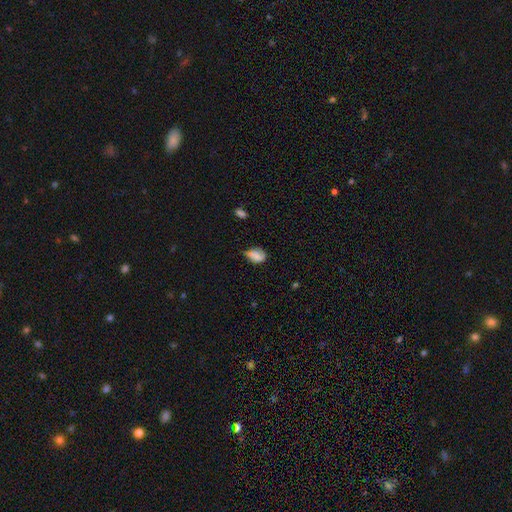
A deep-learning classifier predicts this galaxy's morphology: Q: Smooth or featured?
A: smooth (69%); runner-up: featured or disk (22%)
Q: How rounded?
A: in between (78%); runner-up: round (20%)
Q: Merging?
A: minor disturbance (42%); tied with: none (42%)